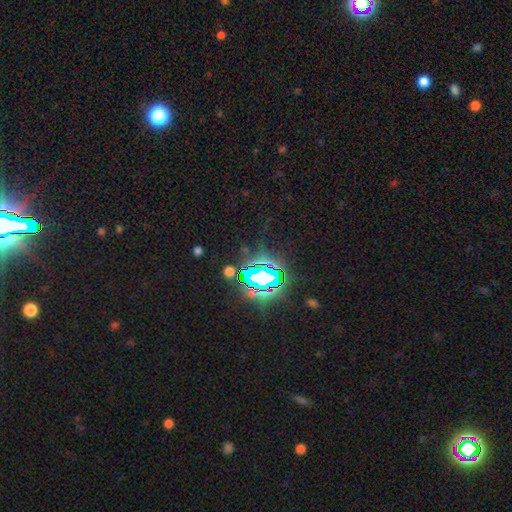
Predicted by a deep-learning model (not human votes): The model was most divided on "smooth or featured": star or artifact: 83%, smooth: 10%, featured or disk: 6%.